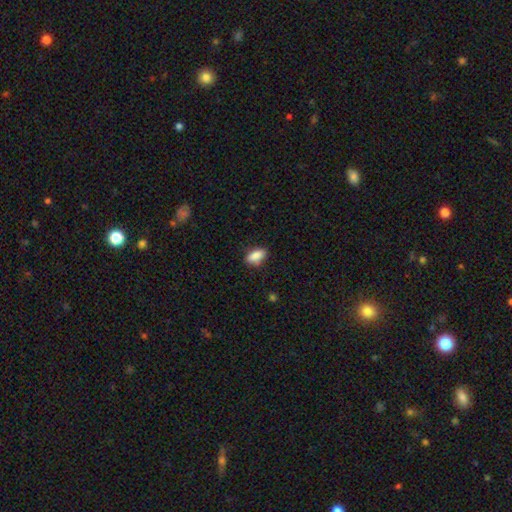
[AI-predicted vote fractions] smooth_or_featured: smooth (p=0.84) [alt: featured or disk p=0.08]
how_rounded: in between (p=0.82) [alt: cigar-shaped p=0.14]
merging: none (p=0.79) [alt: minor disturbance p=0.16]